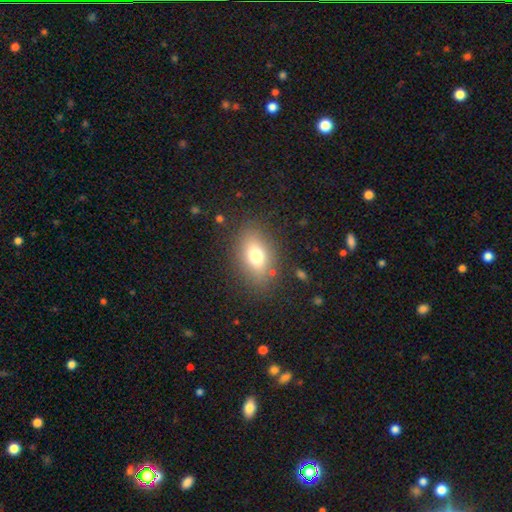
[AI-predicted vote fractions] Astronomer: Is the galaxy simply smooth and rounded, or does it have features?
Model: smooth — 73%.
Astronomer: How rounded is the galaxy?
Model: in between — 81%.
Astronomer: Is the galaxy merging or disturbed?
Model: none — 82%.